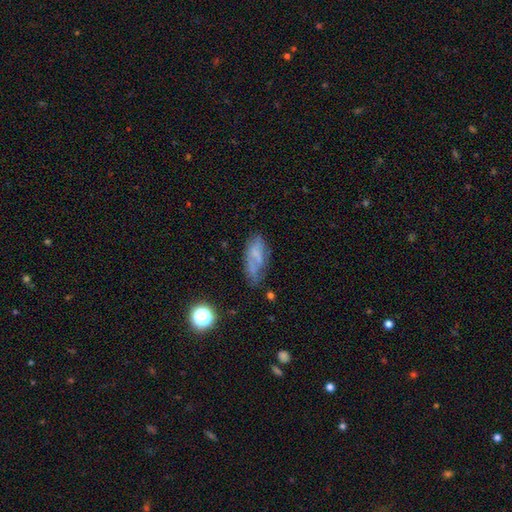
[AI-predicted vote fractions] Overall: smooth (47%; featured or disk 38%). Merging: none (51%; minor disturbance 28%).